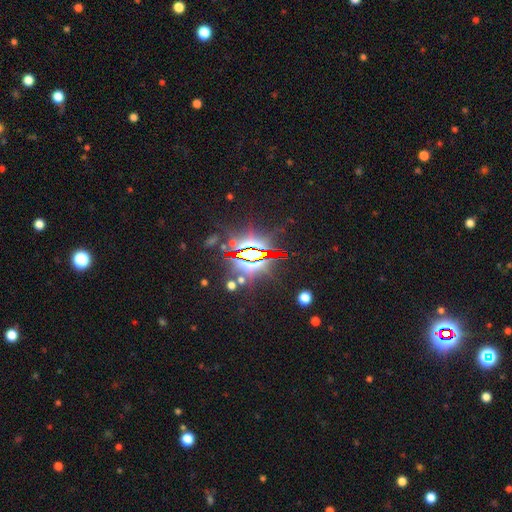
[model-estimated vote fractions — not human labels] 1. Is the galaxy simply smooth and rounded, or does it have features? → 85% star or artifact, 9% featured or disk, 6% smooth.